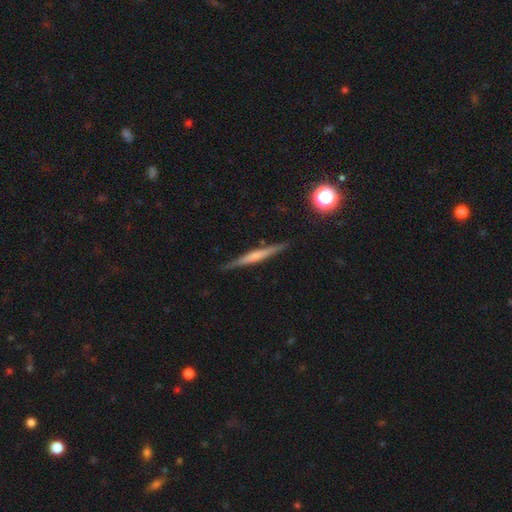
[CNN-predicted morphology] smooth_or_featured: featured or disk (p=0.59) [alt: smooth p=0.34]
disk_edge_on: yes (p=0.97) [alt: no p=0.03]
edge_on_bulge: none (p=0.44) [alt: rounded p=0.37]
merging: none (p=0.89) [alt: minor disturbance p=0.08]